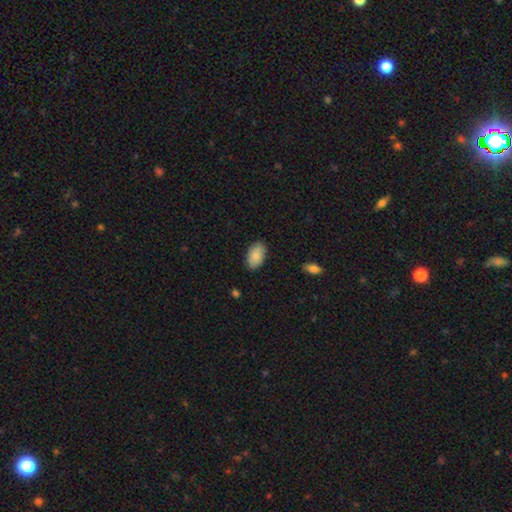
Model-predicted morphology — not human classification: The model was most divided on "merging": none: 86%, minor disturbance: 11%, major disturbance: 2%, merger: 1%. More confident: how rounded — in between (94%); smooth or featured — smooth (88%).